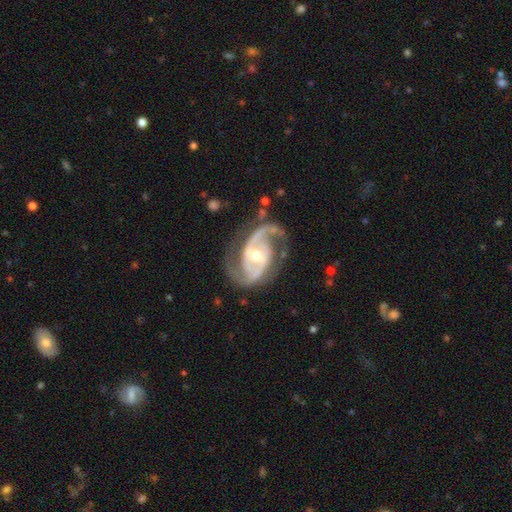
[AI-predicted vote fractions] A featured or disk galaxy (93%) with a weak bar (43%), 2 (89%) medium (58%) spiral arms (98%) and a moderate central bulge (60%). Merging: none (72%).